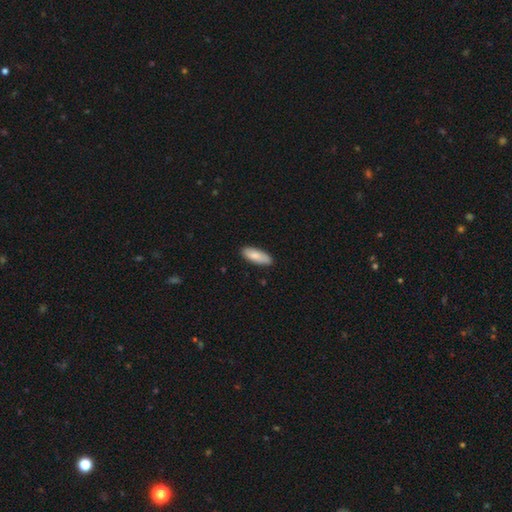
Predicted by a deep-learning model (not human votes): Overall: smooth (84%). How rounded: in between (70%). Merging: none (85%).